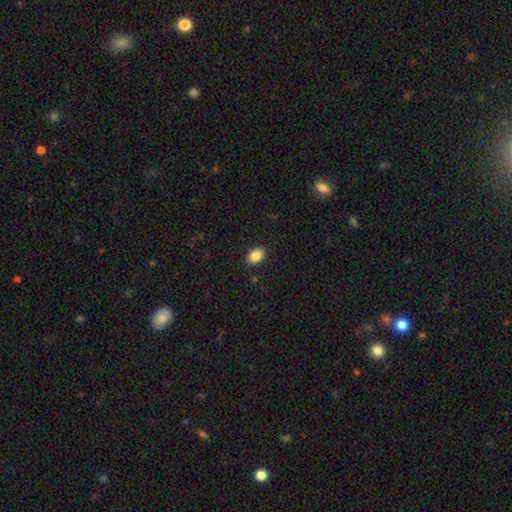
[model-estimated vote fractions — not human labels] This is clearly a smooth galaxy (87%). How rounded: clearly in between (81%). Merging: clearly none (89%).